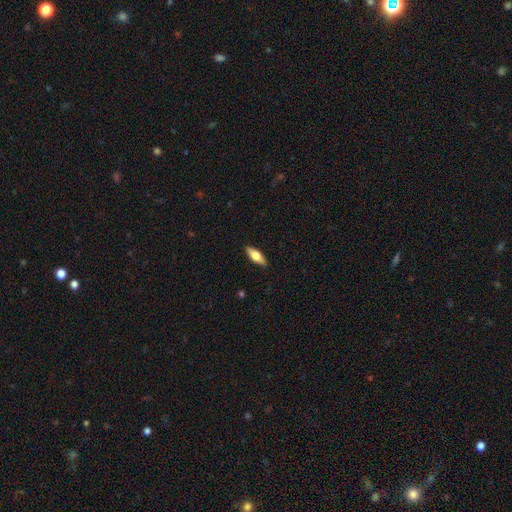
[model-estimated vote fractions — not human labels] A smooth galaxy with no disk features (59%) that is in between round and cigar-shaped (69%).

Vote fractions:
- Smooth or featured? smooth: 59% / featured or disk: 35% / star or artifact: 6%
- How rounded? in between: 69% / cigar-shaped: 29% / round: 3%
- Merging? none: 89% / minor disturbance: 8% / major disturbance: 2% / merger: 1%